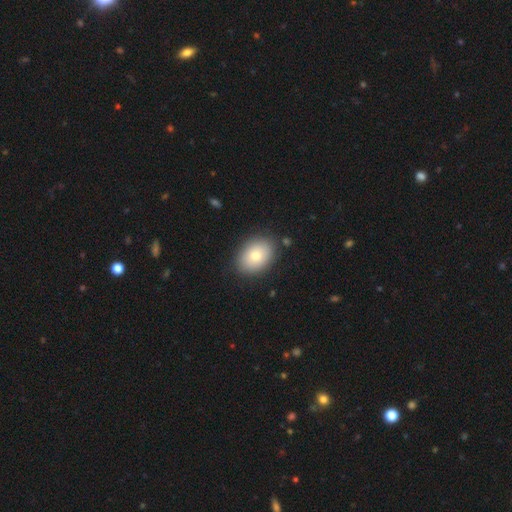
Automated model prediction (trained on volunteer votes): Overall: smooth (78%). How rounded: in between (74%). Merging: none (86%).